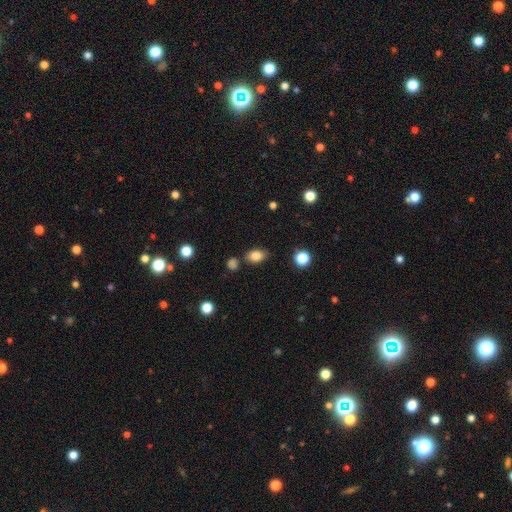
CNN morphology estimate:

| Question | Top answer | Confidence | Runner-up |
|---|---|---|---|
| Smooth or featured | smooth | 84% | star or artifact (10%) |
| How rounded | in between | 80% | round (18%) |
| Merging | none | 78% | minor disturbance (13%) |